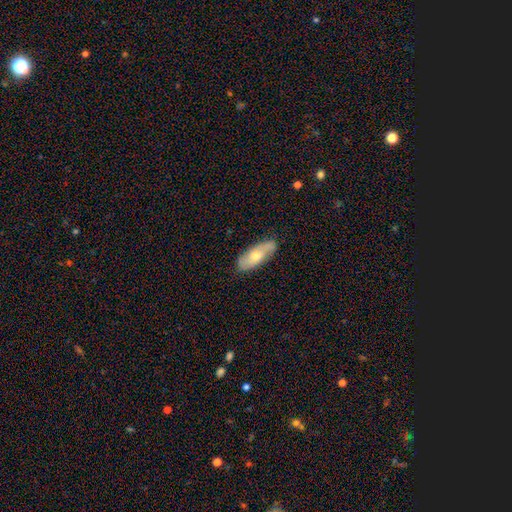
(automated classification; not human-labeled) Smooth or featured?
  - smooth: 49% *
  - featured or disk: 45%
  - star or artifact: 6%
Merging?
  - none: 84% *
  - minor disturbance: 13%
  - major disturbance: 2%
  - merger: 1%